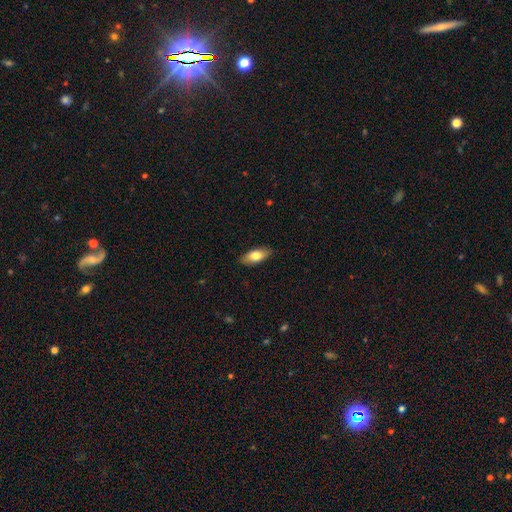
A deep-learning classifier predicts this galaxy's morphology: Smooth or featured: smooth — 76% (featured or disk — 18%)
How rounded: in between — 84% (cigar-shaped — 13%)
Merging: none — 87% (minor disturbance — 10%)